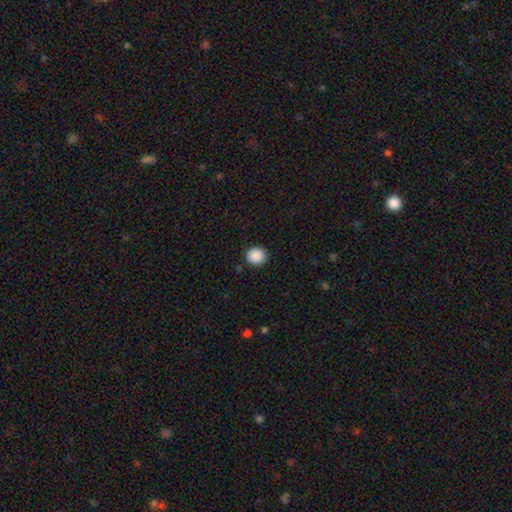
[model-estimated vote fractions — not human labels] A smooth galaxy with no disk features (89%) that is round (86%). Merging: none (89%).